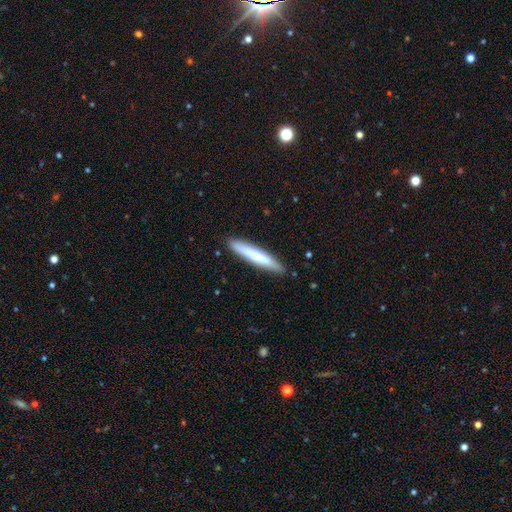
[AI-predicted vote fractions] smooth_or_featured: smooth (p=0.60) [alt: featured or disk p=0.35]
how_rounded: cigar-shaped (p=0.92) [alt: in between p=0.07]
merging: none (p=0.90) [alt: minor disturbance p=0.08]